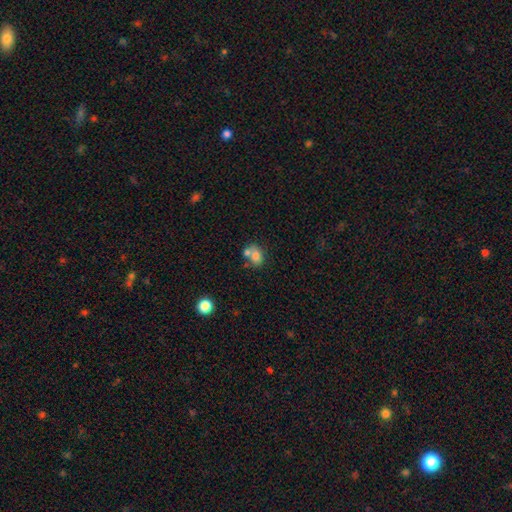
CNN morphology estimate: The model was most divided on "merging": merger: 46%, none: 37%, minor disturbance: 12%, major disturbance: 5%. More confident: smooth or featured — smooth (74%); how rounded — in between (61%).